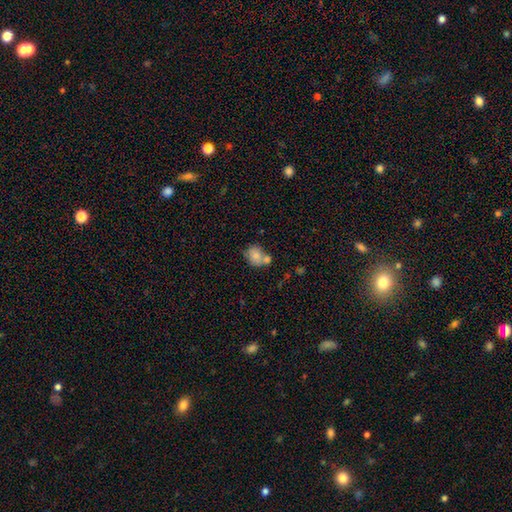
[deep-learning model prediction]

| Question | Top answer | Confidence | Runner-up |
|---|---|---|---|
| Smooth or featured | smooth | 77% | featured or disk (14%) |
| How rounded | round | 58% | in between (41%) |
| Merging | merger | 42% | none (39%) |